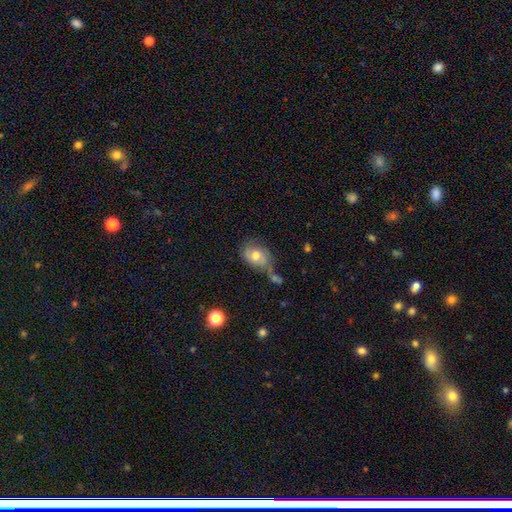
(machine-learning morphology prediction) This is possibly a smooth galaxy (52%). How rounded: likely in between (63%). Merging: marginally none (42%).